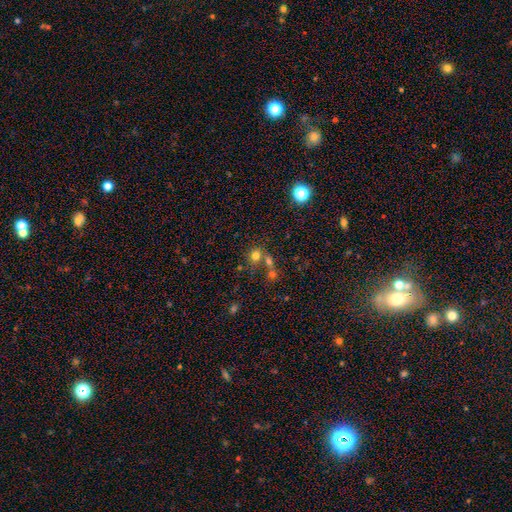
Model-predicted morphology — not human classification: This appears to be a smooth galaxy with no disk features (73%) that is round (70%). Merging: none (53%).